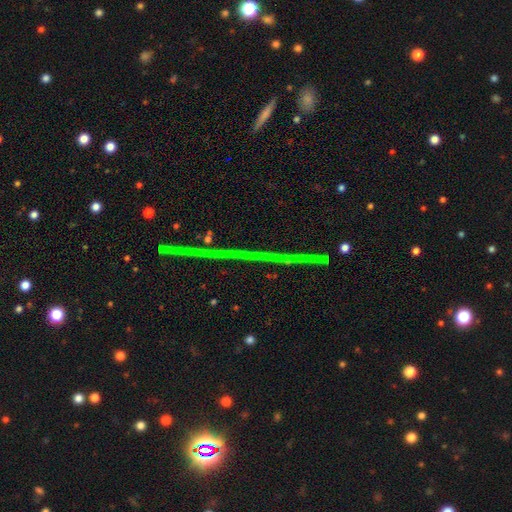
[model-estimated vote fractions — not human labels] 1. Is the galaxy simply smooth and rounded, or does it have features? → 72% star or artifact, 18% featured or disk, 9% smooth.